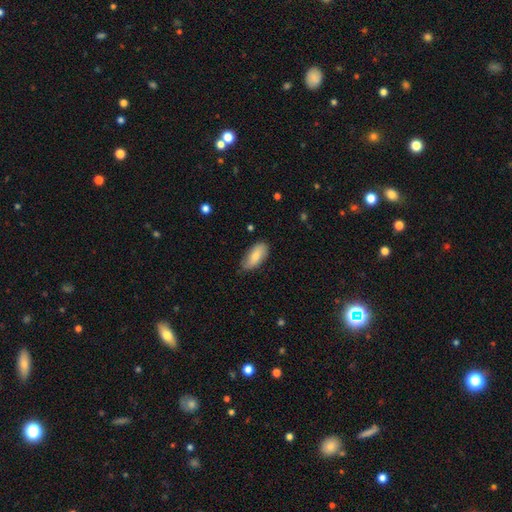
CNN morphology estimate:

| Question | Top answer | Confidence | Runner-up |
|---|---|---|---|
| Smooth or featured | smooth | 76% | featured or disk (18%) |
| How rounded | in between | 90% | cigar-shaped (8%) |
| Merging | none | 75% | minor disturbance (20%) |